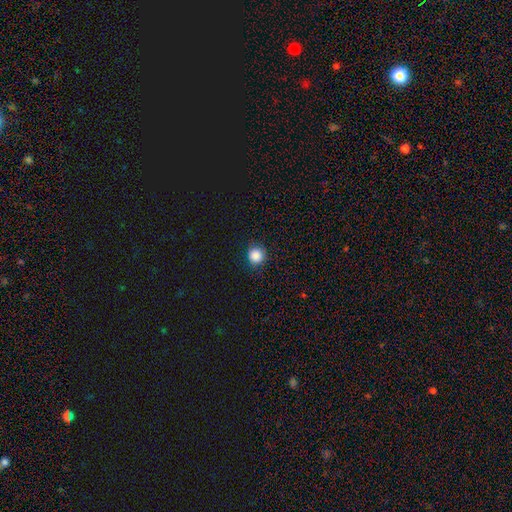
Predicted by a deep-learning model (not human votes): A smooth galaxy with no disk features (86%) that is round (94%).

Vote fractions:
- Smooth or featured? smooth: 86% / star or artifact: 11% / featured or disk: 3%
- How rounded? round: 94% / in between: 5% / cigar-shaped: 1%
- Merging? none: 88% / minor disturbance: 8% / major disturbance: 2% / merger: 1%